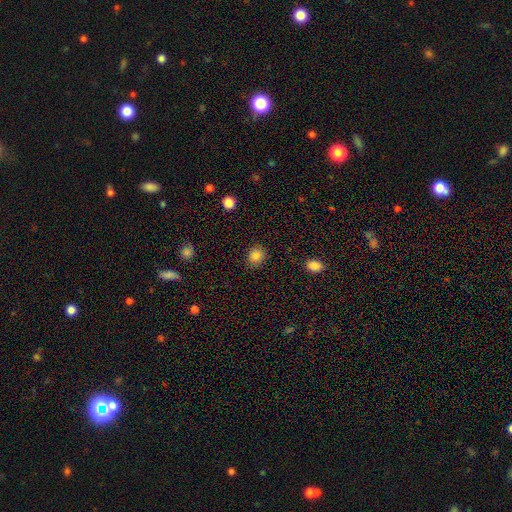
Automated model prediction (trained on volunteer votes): A smooth galaxy with no disk features (85%) that is round (71%). Merging: none (87%).